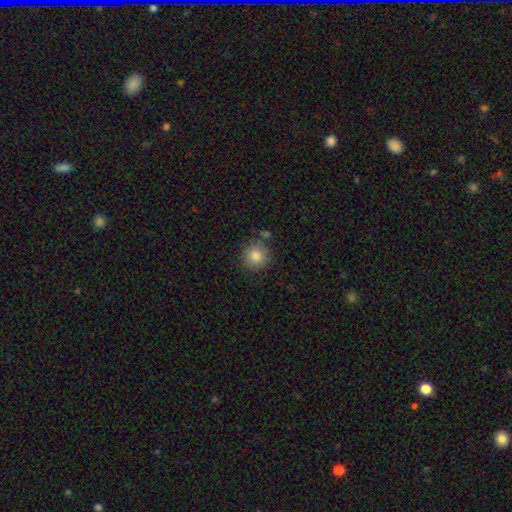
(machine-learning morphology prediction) smooth-or-featured: smooth: 85% | star or artifact: 9% | featured or disk: 5%
  how-rounded: round: 92% | in between: 7% | cigar-shaped: 1%
  merging: none: 79% | minor disturbance: 11% | merger: 7% | major disturbance: 3%